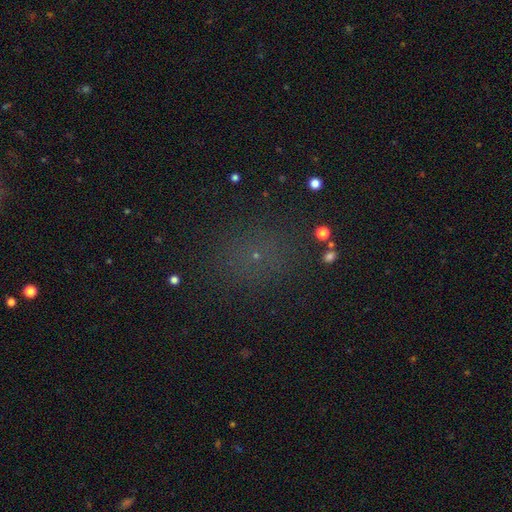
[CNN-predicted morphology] Overall: smooth (50%; star or artifact 42%). Merging: none (84%).